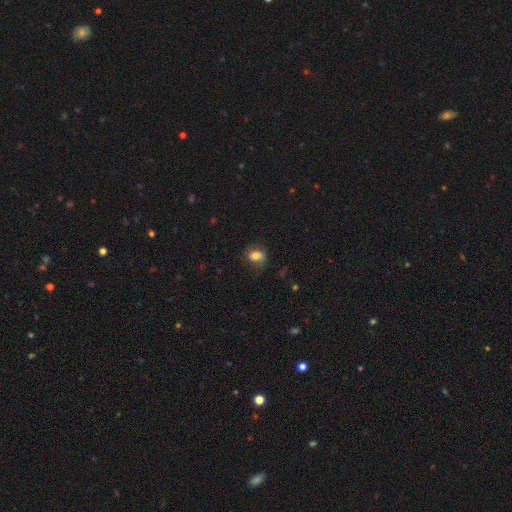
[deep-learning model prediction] Smooth or featured?
  - smooth: 76% *
  - featured or disk: 14%
  - star or artifact: 10%
How rounded?
  - in between: 62% *
  - round: 36%
  - cigar-shaped: 2%
Merging?
  - none: 67% *
  - minor disturbance: 22%
  - major disturbance: 10%
  - merger: 1%